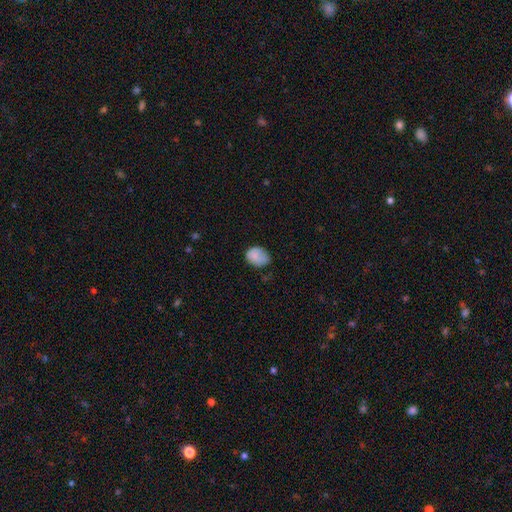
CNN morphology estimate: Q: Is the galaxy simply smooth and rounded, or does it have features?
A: smooth — 83%.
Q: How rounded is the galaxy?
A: in between — 67%.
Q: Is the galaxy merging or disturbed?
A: none — 59%.